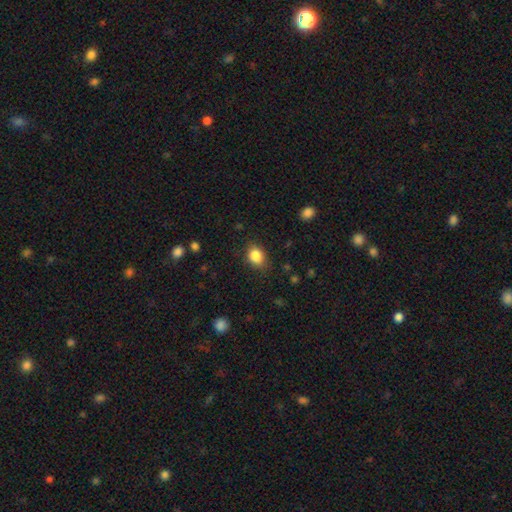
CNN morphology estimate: This appears to be a smooth galaxy with no disk features (86%) that is in between round and cigar-shaped (64%). Merging: none (79%).